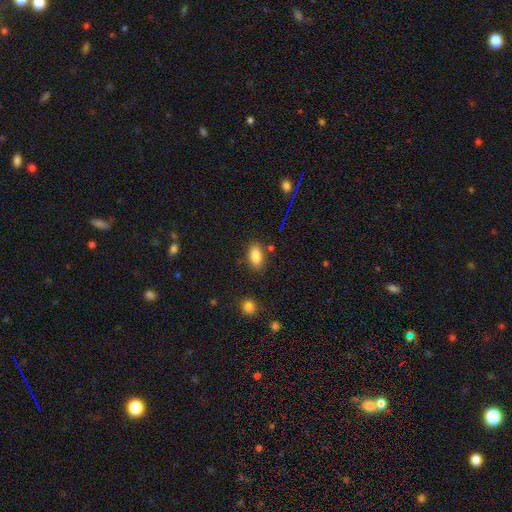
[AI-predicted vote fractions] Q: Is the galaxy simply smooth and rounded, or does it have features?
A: smooth — 85%.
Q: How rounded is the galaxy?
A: in between — 90%.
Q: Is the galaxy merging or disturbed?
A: none — 82%.